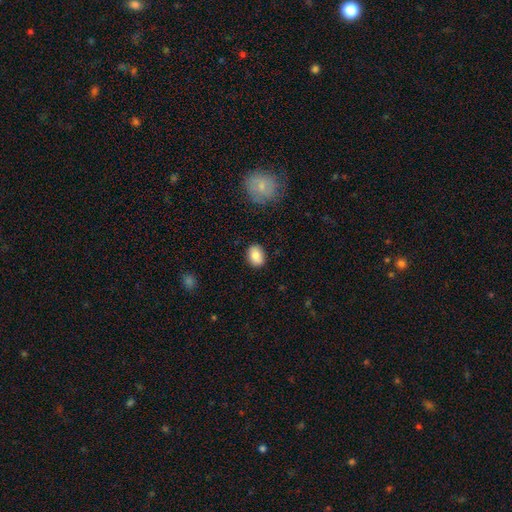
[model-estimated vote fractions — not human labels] Smooth or featured? Predicted: smooth (p=0.87). How rounded? Predicted: in between (p=0.73). Merging? Predicted: none (p=0.85).